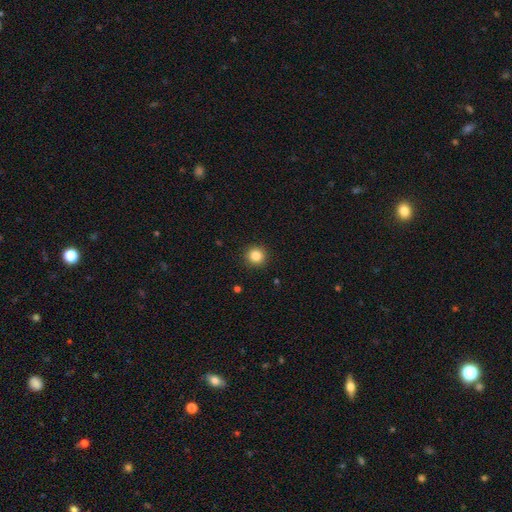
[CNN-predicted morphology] This appears to be a smooth galaxy with no disk features (85%) that is round (94%). Merging: none (92%).